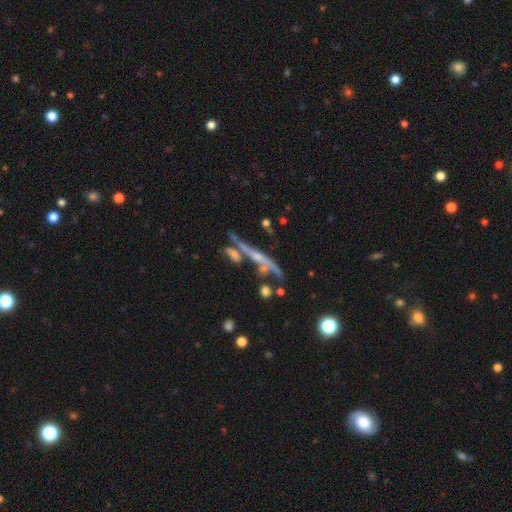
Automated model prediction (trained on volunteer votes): Overall: featured or disk (66%). Edge-on disk: yes (79%). Edge-on bulge: none (48%; rounded 42%). Merging: none (47%; merger 26%).